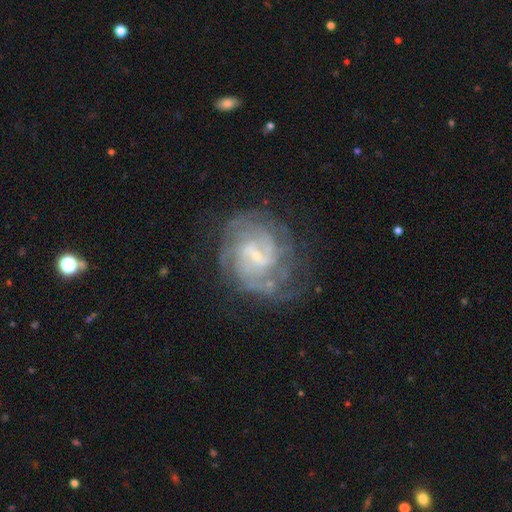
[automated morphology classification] Smooth or featured: featured or disk — 84% (smooth — 9%)
Edge-on disk: no — 98% (yes — 2%)
Bar: weak — 58% (no — 26%)
Spiral arms: yes — 91% (no — 9%)
Spiral winding: tight — 52% (medium — 37%)
Spiral arm count: can't tell — 39% (2 — 25%)
Bulge size: small — 71% (moderate — 19%)
Merging: none — 64% (minor disturbance — 19%)